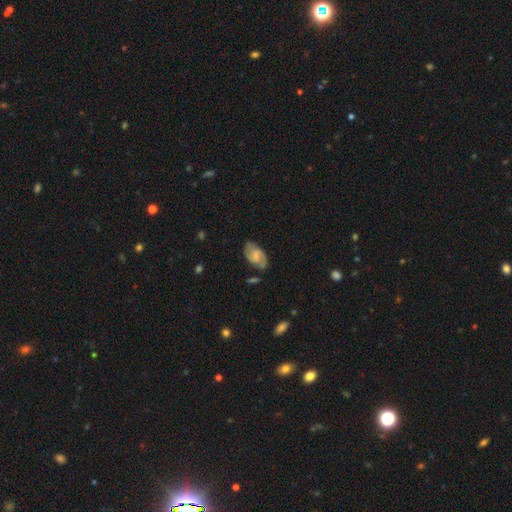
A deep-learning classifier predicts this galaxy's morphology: type=featured or disk (65%); edge-on=no (96%); bar=no (48%); spiral arms=yes (91%); winding=medium (47%); arm count=2 (80%); bulge=none (37%); merging=none (69%).